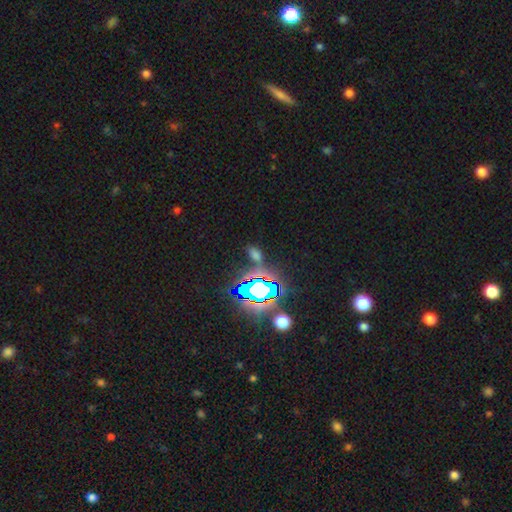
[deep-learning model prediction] A star or artifact, not a galaxy (48%).